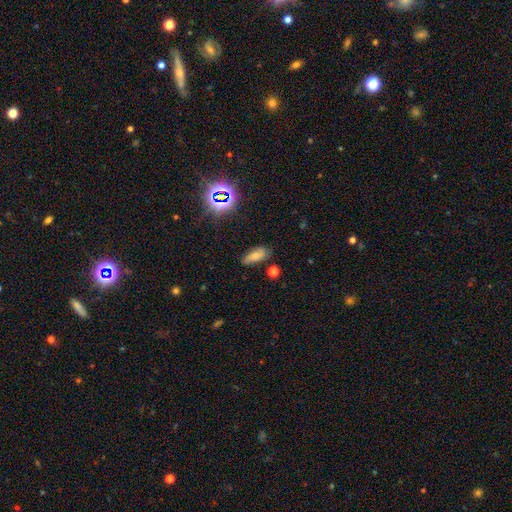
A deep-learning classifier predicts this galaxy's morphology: Overall: smooth (63%). How rounded: in between (82%). Merging: none (70%).